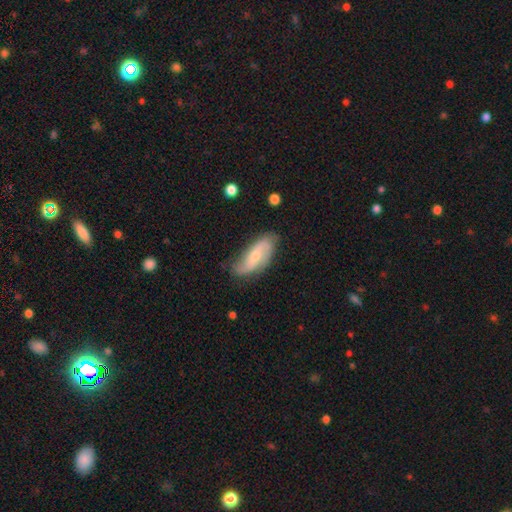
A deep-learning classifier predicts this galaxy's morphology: smooth_or_featured: featured or disk (p=0.62) [alt: smooth p=0.31]
disk_edge_on: no (p=0.90) [alt: yes p=0.10]
bar: no (p=0.49) [alt: weak p=0.37]
has_spiral_arms: yes (p=0.91) [alt: no p=0.09]
spiral_winding: loose (p=0.52) [alt: medium p=0.32]
spiral_arm_count: 2 (p=0.83) [alt: can't tell p=0.10]
bulge_size: small (p=0.56) [alt: moderate p=0.37]
merging: none (p=0.71) [alt: minor disturbance p=0.22]